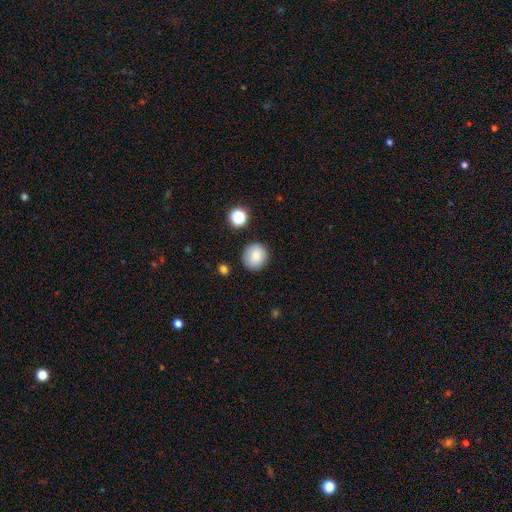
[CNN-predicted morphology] A smooth galaxy with no disk features (84%) that is round (91%). Merging: none (88%).